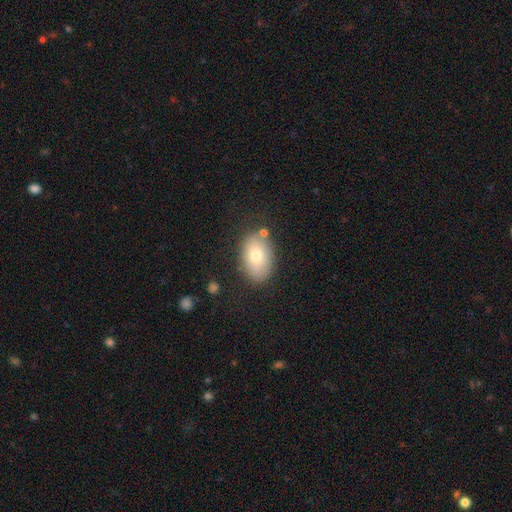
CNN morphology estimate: The model was most divided on "smooth or featured": smooth: 74%, featured or disk: 19%, star or artifact: 8%. More confident: how rounded — in between (87%); merging — none (78%).